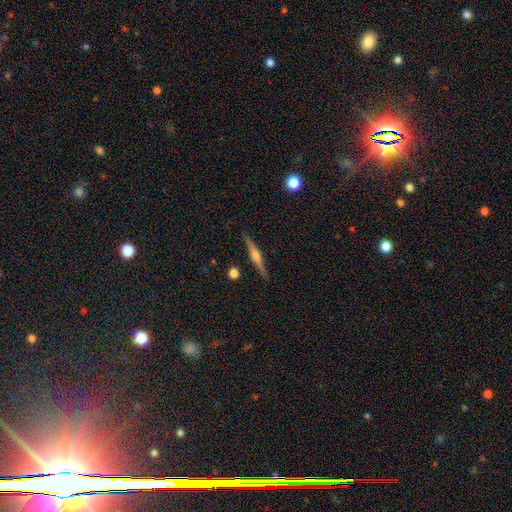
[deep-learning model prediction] A featured or disk galaxy (70%) viewed edge-on (98%) with a rounded central bulge (85%).

Vote fractions:
- Smooth or featured? featured or disk: 70% / smooth: 23% / star or artifact: 6%
- Edge-on disk? yes: 98% / no: 2%
- Edge-on bulge? rounded: 85% / boxy: 8% / none: 7%
- Merging? none: 89% / minor disturbance: 7% / merger: 2% / major disturbance: 2%